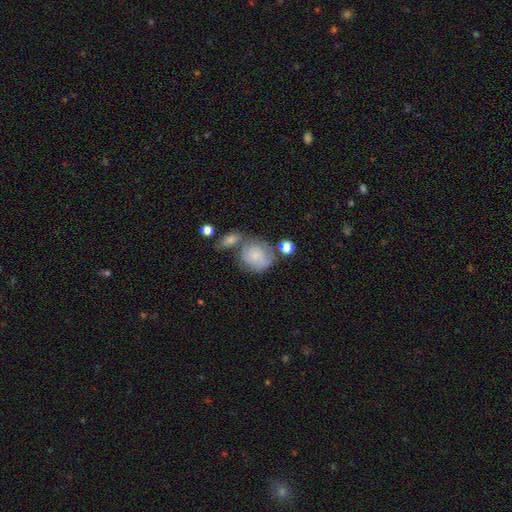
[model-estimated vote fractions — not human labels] A smooth galaxy with no disk features (71%) that is round (73%). Merging: none (41%).